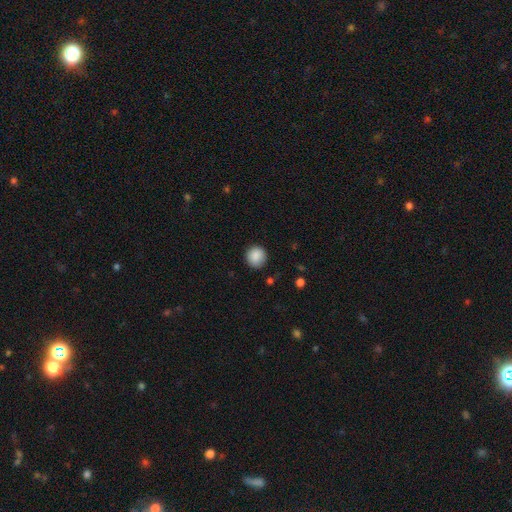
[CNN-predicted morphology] The model was most divided on "merging": none: 87%, minor disturbance: 9%, major disturbance: 2%, merger: 1%. More confident: how rounded — round (92%); smooth or featured — smooth (88%).